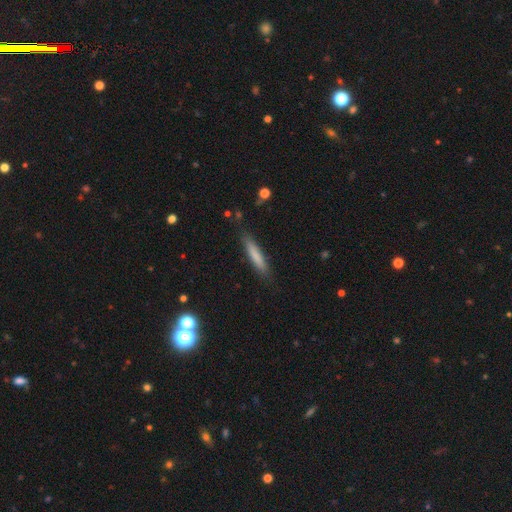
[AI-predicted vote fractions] A smooth galaxy with no disk features (77%) that is cigar-shaped (90%).

Vote fractions:
- Smooth or featured? smooth: 77% / featured or disk: 17% / star or artifact: 7%
- How rounded? cigar-shaped: 90% / in between: 8% / round: 1%
- Merging? none: 85% / minor disturbance: 11% / major disturbance: 2% / merger: 1%